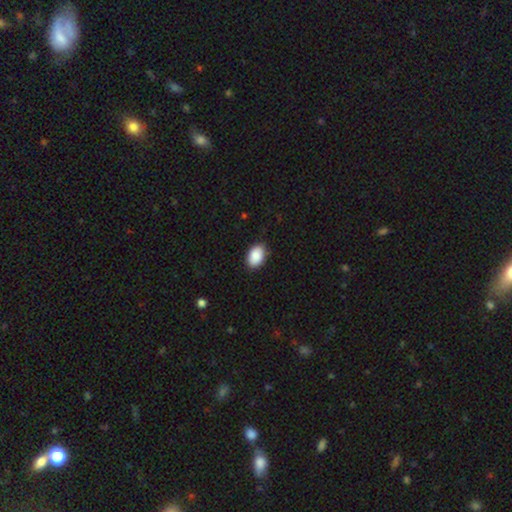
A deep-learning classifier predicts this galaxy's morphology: Smooth or featured? smooth (89%)
How rounded? in between (88%)
Merging? none (86%)